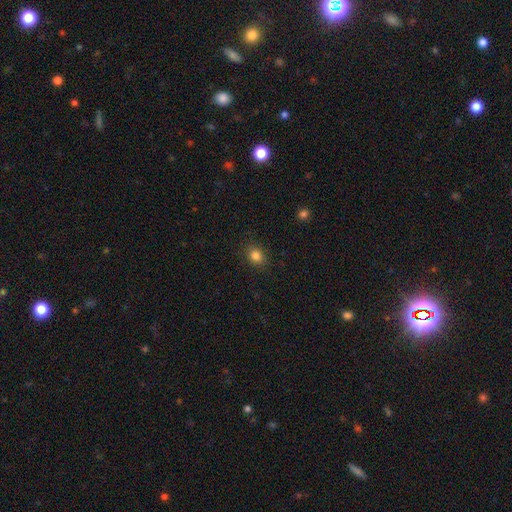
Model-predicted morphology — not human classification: smooth-or-featured: smooth: 84% | star or artifact: 11% | featured or disk: 5%
  how-rounded: round: 50% | in between: 49% | cigar-shaped: 1%
  merging: none: 87% | minor disturbance: 9% | major disturbance: 2% | merger: 1%